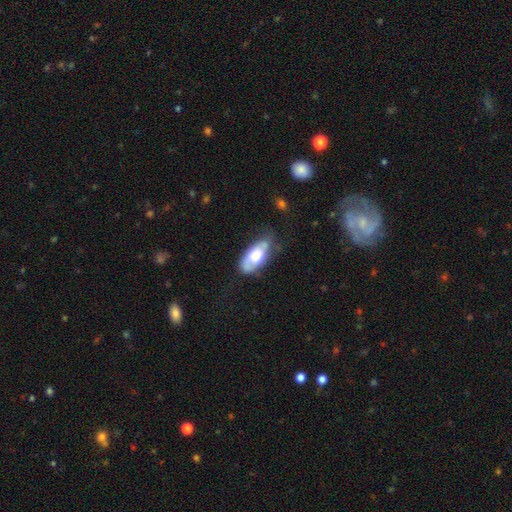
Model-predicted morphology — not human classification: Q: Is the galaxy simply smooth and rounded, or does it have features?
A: smooth — 52%.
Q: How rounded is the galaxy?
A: in between — 88%.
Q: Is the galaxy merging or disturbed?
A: none — 55%.